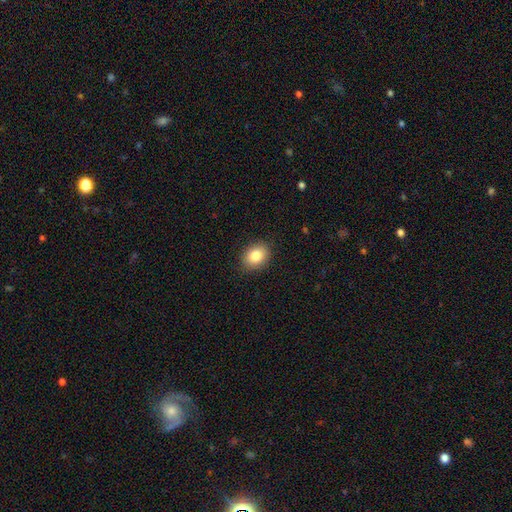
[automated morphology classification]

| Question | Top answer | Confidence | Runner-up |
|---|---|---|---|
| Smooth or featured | smooth | 83% | star or artifact (9%) |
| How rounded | in between | 59% | round (40%) |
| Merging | none | 88% | minor disturbance (9%) |